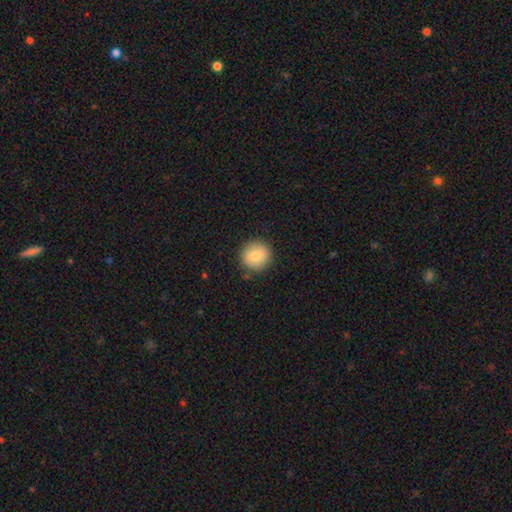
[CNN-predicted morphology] The model was most divided on "smooth or featured": smooth: 82%, featured or disk: 10%, star or artifact: 8%. More confident: how rounded — round (92%); merging — none (88%).